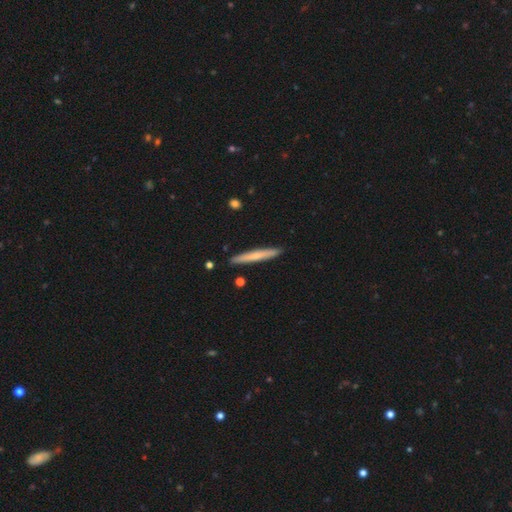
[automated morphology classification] A smooth galaxy with no disk features (57%) that is cigar-shaped (96%).

Vote fractions:
- Smooth or featured? smooth: 57% / featured or disk: 38% / star or artifact: 5%
- How rounded? cigar-shaped: 96% / in between: 3% / round: 1%
- Merging? none: 91% / minor disturbance: 6% / merger: 2% / major disturbance: 1%